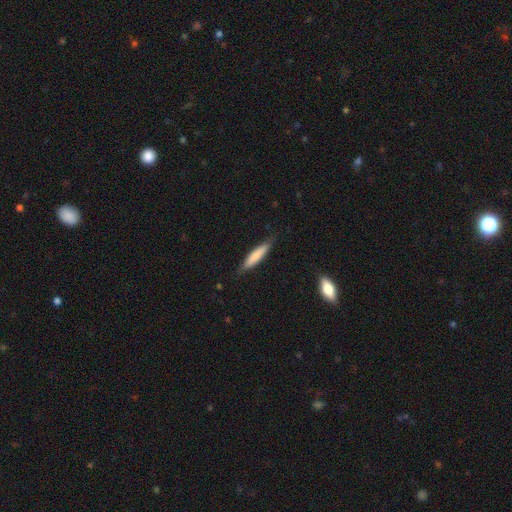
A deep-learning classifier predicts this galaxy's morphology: type=smooth (76%); roundness=cigar-shaped (84%); merging=none (81%).